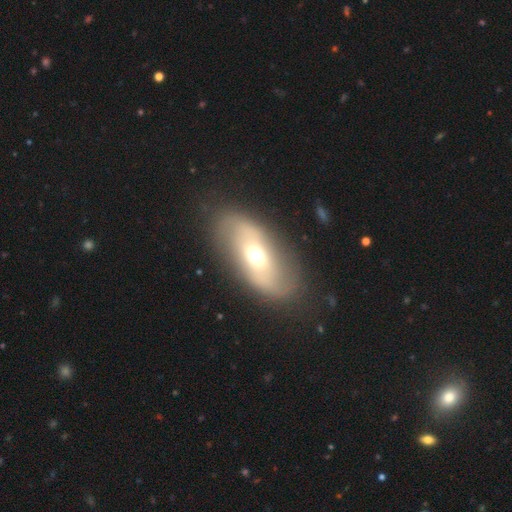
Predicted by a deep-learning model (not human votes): This is possibly a featured or disk galaxy (57%). It is clearly not viewed edge-on (88%). Bar: possibly no (53%). Spiral arm pattern: possibly yes (60%). Central bulge: likely moderate (69%). Merging: likely none (79%).